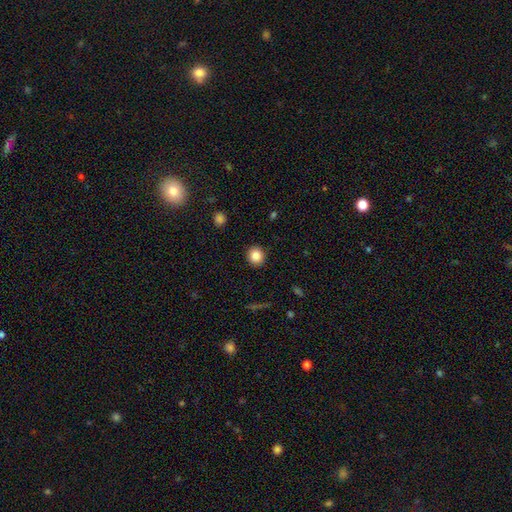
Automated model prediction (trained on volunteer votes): This is clearly a smooth galaxy (84%). How rounded: clearly round (88%). Merging: clearly none (92%).